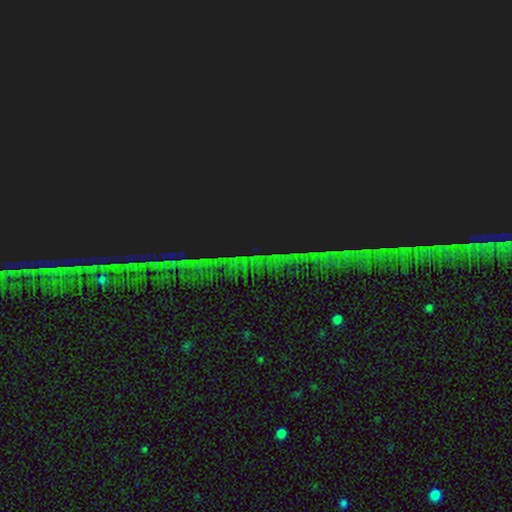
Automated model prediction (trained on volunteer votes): The model was most divided on "smooth or featured": star or artifact: 89%, featured or disk: 6%, smooth: 5%.